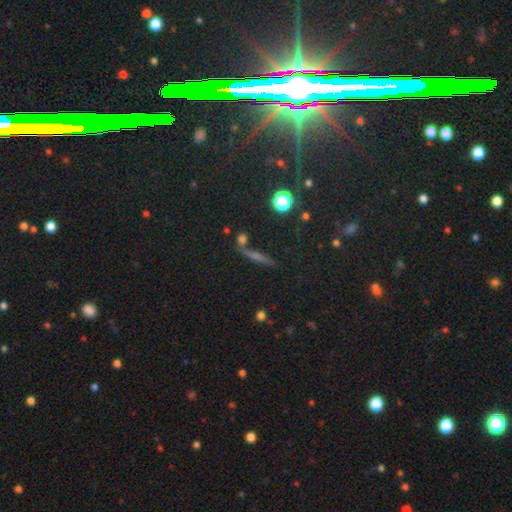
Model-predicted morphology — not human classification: Smooth or featured? Predicted: featured or disk (p=0.36). Merging? Predicted: none (p=0.71).